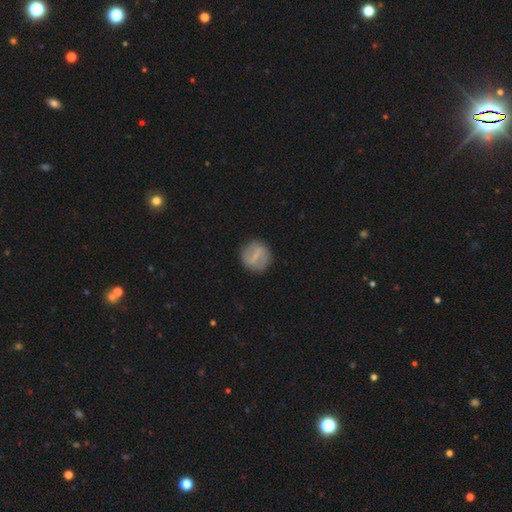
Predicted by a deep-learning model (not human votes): This appears to be a smooth galaxy with no disk features (50%). Merging: none (84%).